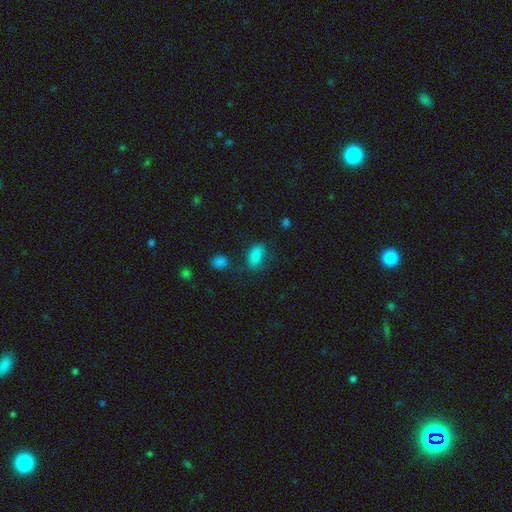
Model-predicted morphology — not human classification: Smooth or featured: smooth — 83% (star or artifact — 11%)
How rounded: in between — 88% (round — 10%)
Merging: none — 65% (minor disturbance — 22%)